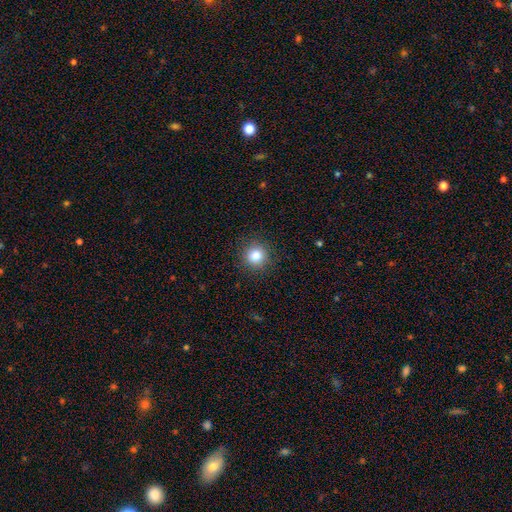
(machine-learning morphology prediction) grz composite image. It shows a smooth galaxy with no disk features (84%) that is round (92%). Merging: none (90%).